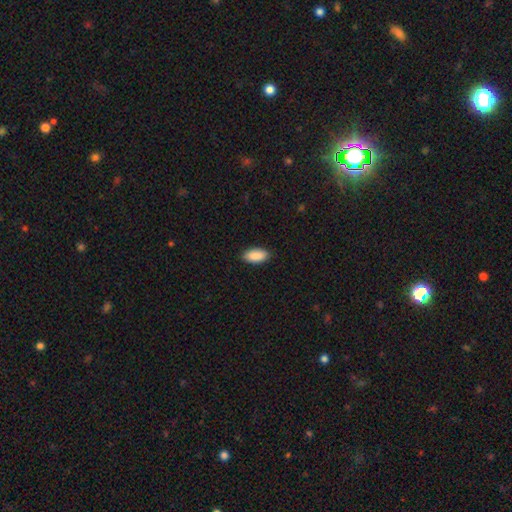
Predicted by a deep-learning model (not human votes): This is clearly a smooth galaxy (91%). How rounded: clearly in between (92%). Merging: clearly none (90%).